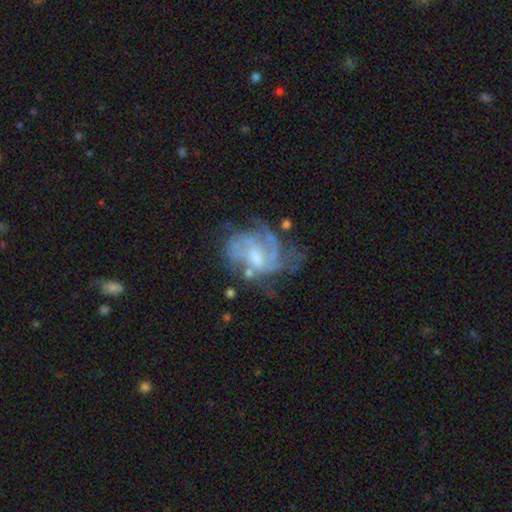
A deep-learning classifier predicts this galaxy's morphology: The model was most divided on "bar": no: 47%, weak: 44%, strong: 10%. Remaining: edge-on disk — no (98%); spiral arms — yes (86%); smooth or featured — featured or disk (82%); merging — none (48%); spiral winding — medium (44%); bulge size — moderate (43%); spiral arm count — can't tell (33%).